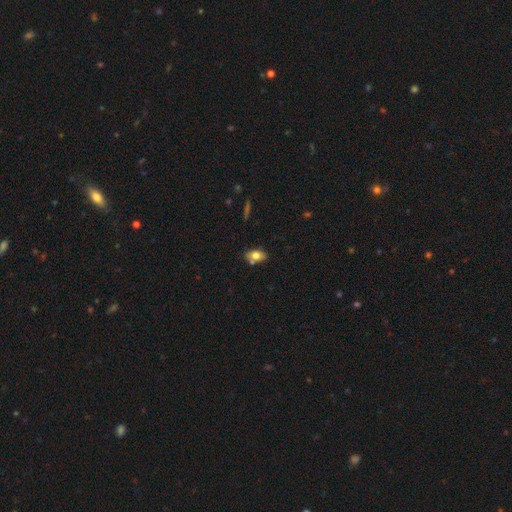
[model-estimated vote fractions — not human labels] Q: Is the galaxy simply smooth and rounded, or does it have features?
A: smooth — 74%.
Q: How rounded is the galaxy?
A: in between — 87%.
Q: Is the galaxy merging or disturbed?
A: none — 68%.